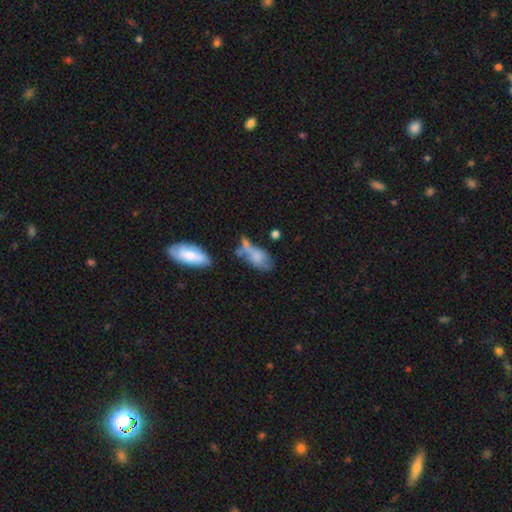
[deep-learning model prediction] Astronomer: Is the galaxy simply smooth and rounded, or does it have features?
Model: smooth — 66%.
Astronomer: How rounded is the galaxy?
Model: in between — 83%.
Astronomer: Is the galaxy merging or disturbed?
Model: merger — 30% (runner-up: none, 28%).